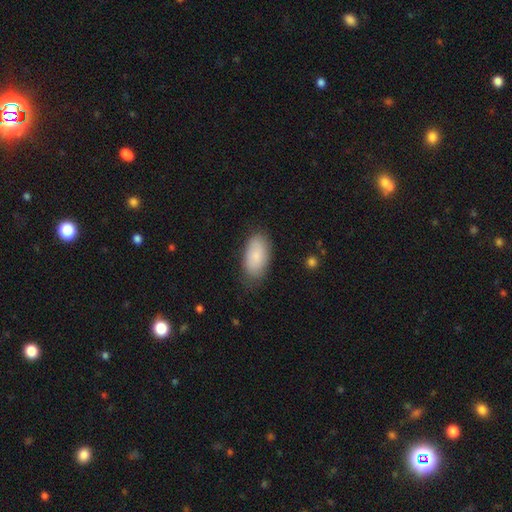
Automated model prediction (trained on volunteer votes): The model was most divided on "merging": none: 77%, minor disturbance: 17%, major disturbance: 4%, merger: 1%. More confident: how rounded — in between (94%); smooth or featured — smooth (84%).